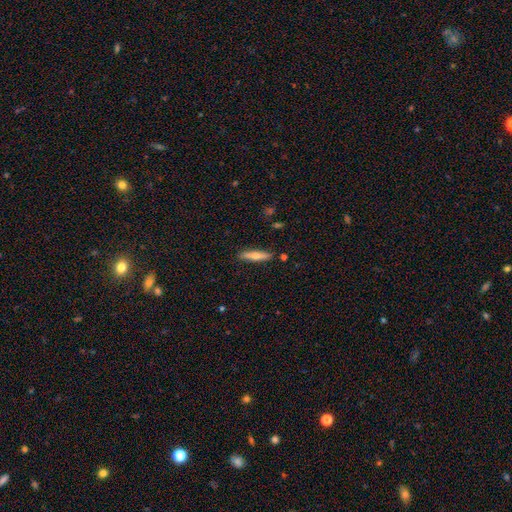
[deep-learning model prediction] smooth_or_featured: smooth (p=0.52) [alt: featured or disk p=0.42]
how_rounded: cigar-shaped (p=0.83) [alt: in between p=0.15]
merging: none (p=0.88) [alt: minor disturbance p=0.08]